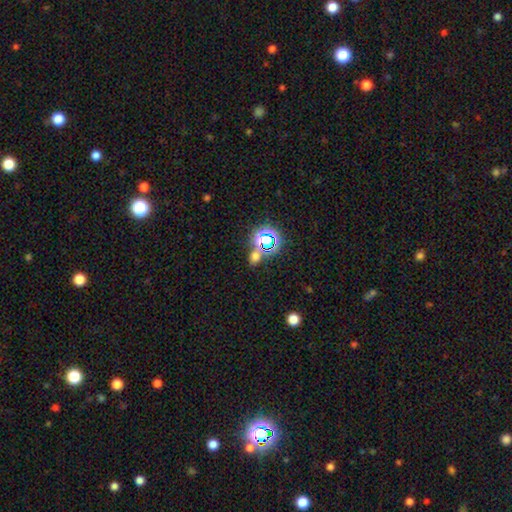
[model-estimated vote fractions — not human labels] Smooth or featured? Predicted: smooth (p=0.51). How rounded? Predicted: round (p=0.57). Merging? Predicted: none (p=0.69).